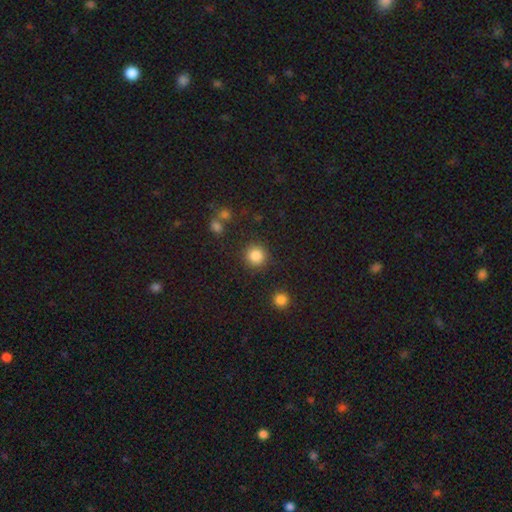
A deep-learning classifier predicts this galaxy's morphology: Smooth or featured? Predicted: smooth (p=0.85). How rounded? Predicted: round (p=0.94). Merging? Predicted: none (p=0.88).